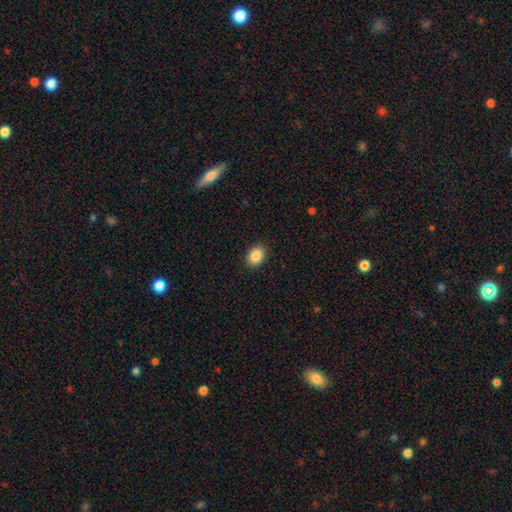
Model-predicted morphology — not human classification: A smooth galaxy with no disk features (88%) that is in between round and cigar-shaped (74%). Merging: none (90%).